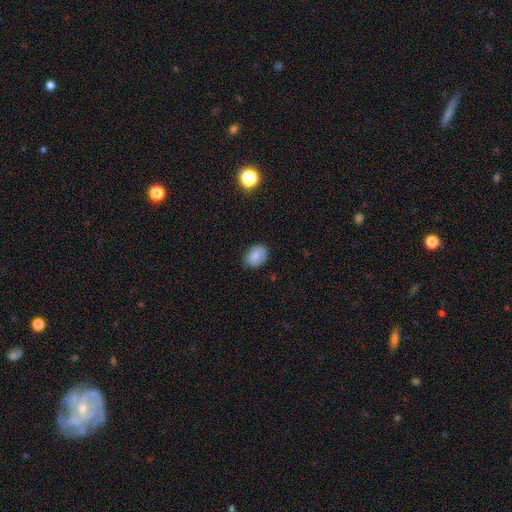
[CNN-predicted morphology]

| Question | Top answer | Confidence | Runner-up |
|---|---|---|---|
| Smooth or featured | smooth | 79% | featured or disk (12%) |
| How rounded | in between | 69% | round (30%) |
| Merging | none | 86% | minor disturbance (11%) |